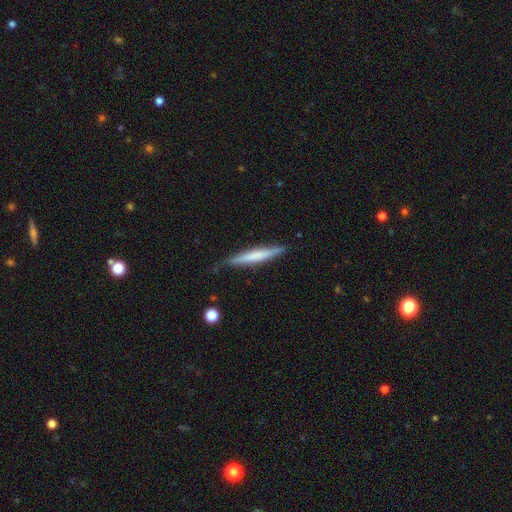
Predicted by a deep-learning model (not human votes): A smooth galaxy with no disk features (55%) that is cigar-shaped (95%). Merging: none (82%).